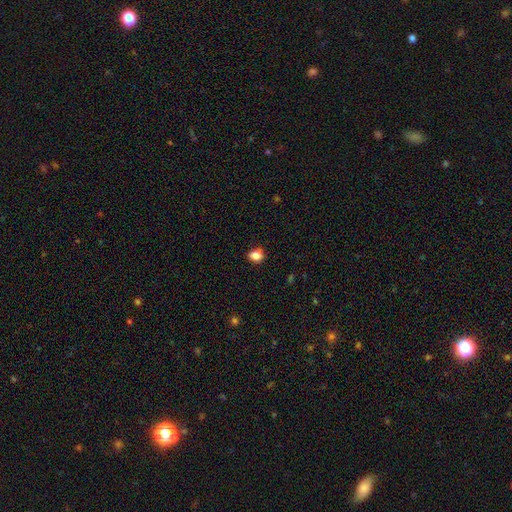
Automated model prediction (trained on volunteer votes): smooth_or_featured: smooth (p=0.84) [alt: star or artifact p=0.10]
how_rounded: in between (p=0.58) [alt: round p=0.41]
merging: none (p=0.78) [alt: minor disturbance p=0.17]